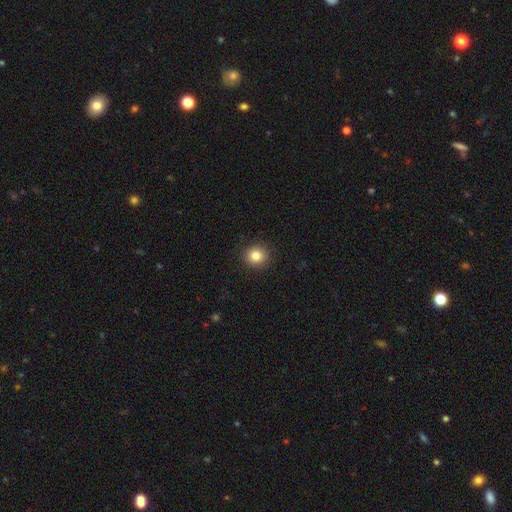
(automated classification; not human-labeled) Smooth or featured? Predicted: smooth (p=0.83). How rounded? Predicted: round (p=0.90). Merging? Predicted: none (p=0.91).